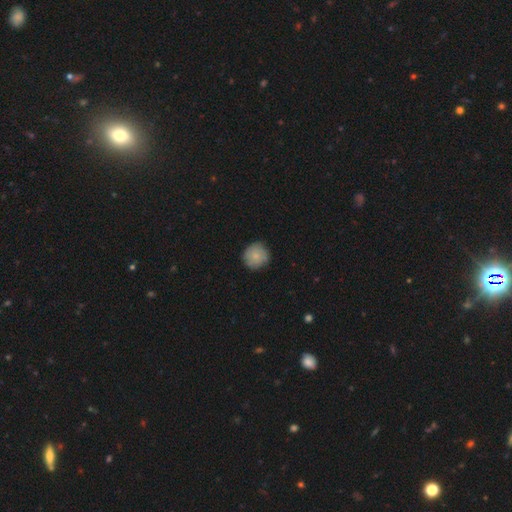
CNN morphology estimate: Q: Smooth or featured?
A: smooth (76%); runner-up: featured or disk (17%)
Q: How rounded?
A: round (93%); runner-up: in between (6%)
Q: Merging?
A: none (83%); runner-up: minor disturbance (13%)